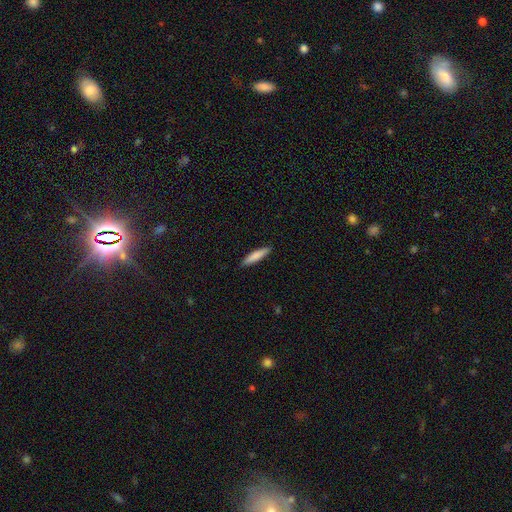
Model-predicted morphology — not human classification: A smooth galaxy with no disk features (81%) that is cigar-shaped (86%). Merging: none (90%).